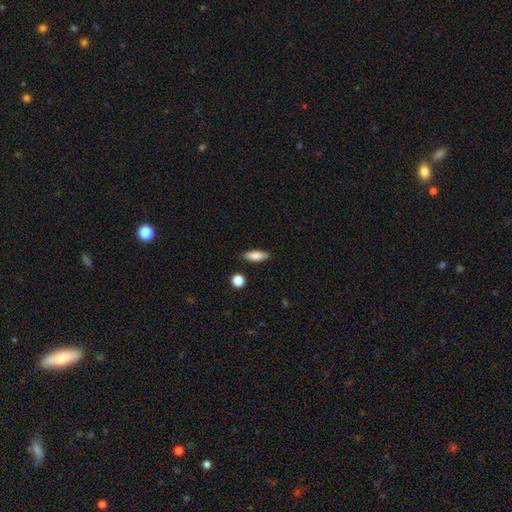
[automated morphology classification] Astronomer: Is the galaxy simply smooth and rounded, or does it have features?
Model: smooth — 80%.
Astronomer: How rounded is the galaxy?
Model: in between — 63%.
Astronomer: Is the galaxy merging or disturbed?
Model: none — 86%.